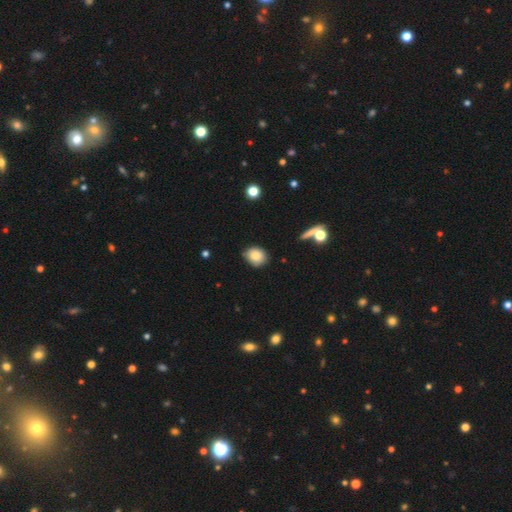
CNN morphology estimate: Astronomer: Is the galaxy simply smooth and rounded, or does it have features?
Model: smooth — 82%.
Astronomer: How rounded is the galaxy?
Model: round — 54% (runner-up: in between, 45%).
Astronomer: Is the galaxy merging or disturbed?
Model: none — 79%.